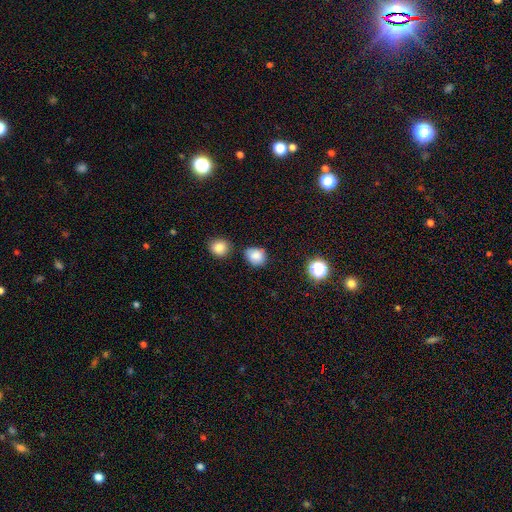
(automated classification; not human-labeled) A smooth galaxy with no disk features (83%) that is round (68%). Merging: none (73%).